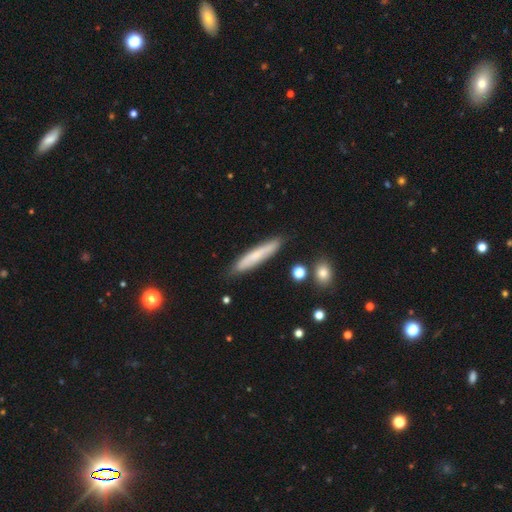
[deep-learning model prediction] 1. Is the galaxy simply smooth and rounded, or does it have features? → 61% smooth, 33% featured or disk, 7% star or artifact.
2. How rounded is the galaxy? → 91% cigar-shaped, 8% in between, 1% round.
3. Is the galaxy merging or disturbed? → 83% none, 12% minor disturbance, 2% major disturbance, 2% merger.